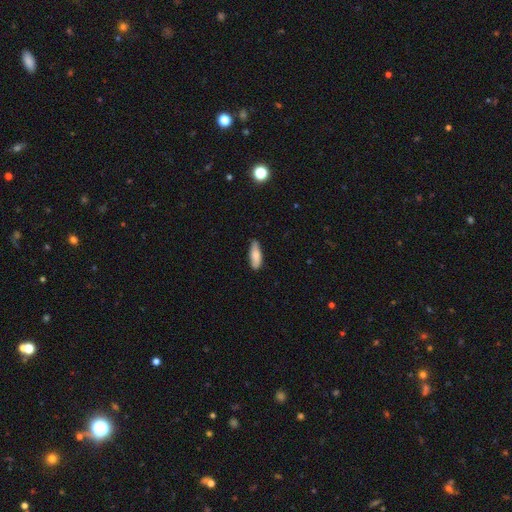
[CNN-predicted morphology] Q: Smooth or featured?
A: smooth (77%); runner-up: featured or disk (17%)
Q: How rounded?
A: in between (62%); runner-up: cigar-shaped (36%)
Q: Merging?
A: none (80%); runner-up: minor disturbance (17%)